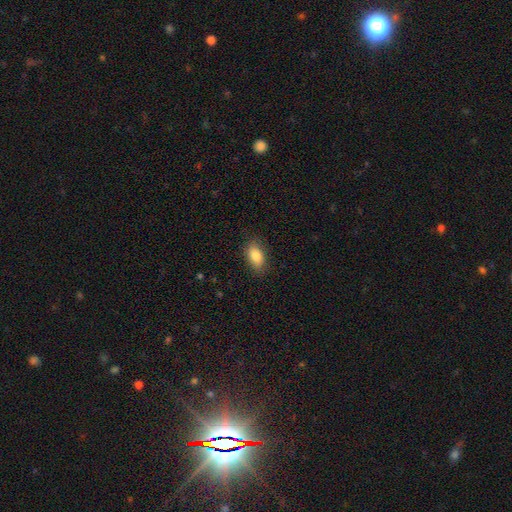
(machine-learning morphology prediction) A smooth galaxy with no disk features (86%) that is in between round and cigar-shaped (90%). Merging: none (86%).